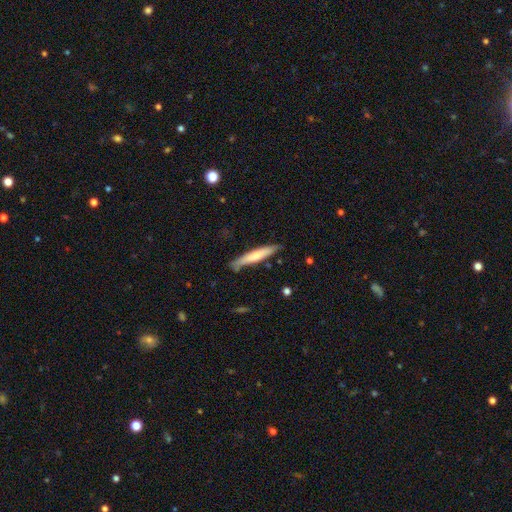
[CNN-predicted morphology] Overall: smooth (62%; featured or disk 32%). How rounded: cigar-shaped (91%). Merging: none (79%).